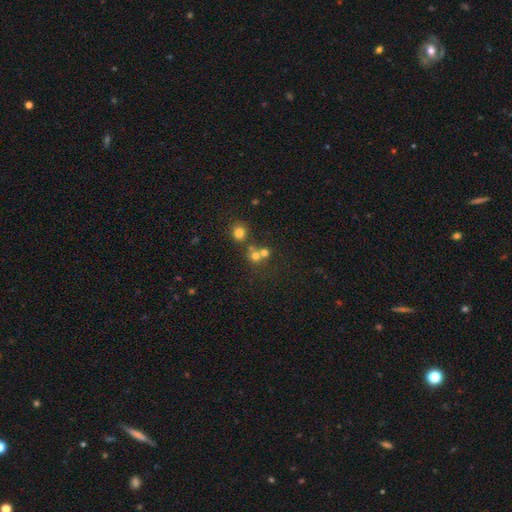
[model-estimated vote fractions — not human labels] Smooth or featured? Predicted: smooth (p=0.67). How rounded? Predicted: round (p=0.85). Merging? Predicted: none (p=0.49).